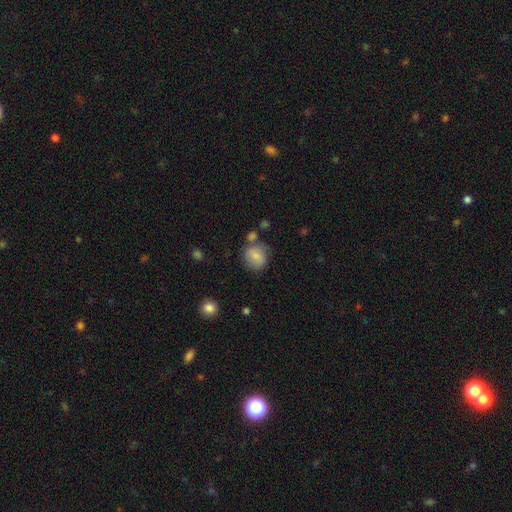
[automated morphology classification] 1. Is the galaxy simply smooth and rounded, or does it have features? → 74% smooth, 18% featured or disk, 8% star or artifact.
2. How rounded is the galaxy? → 78% round, 21% in between, 1% cigar-shaped.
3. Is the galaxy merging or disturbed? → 61% none, 19% minor disturbance, 13% merger, 7% major disturbance.